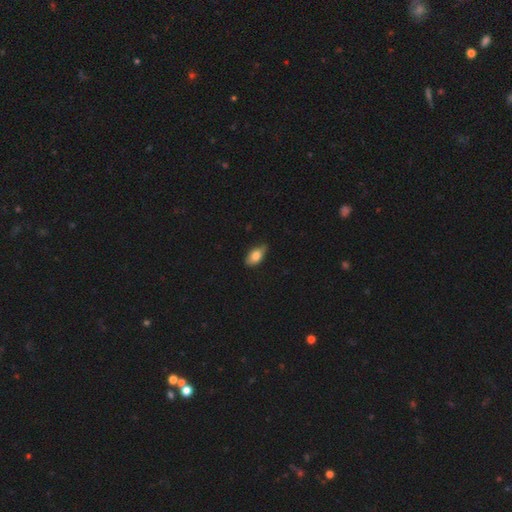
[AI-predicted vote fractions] Overall: smooth (78%). How rounded: in between (90%). Merging: none (68%).